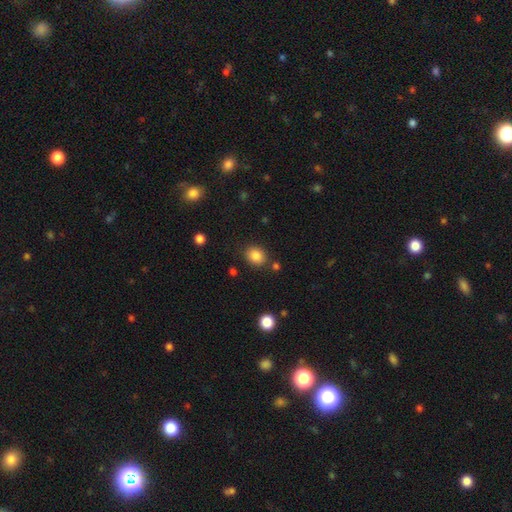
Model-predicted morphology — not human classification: Smooth or featured?
  - smooth: 86% *
  - star or artifact: 10%
  - featured or disk: 4%
How rounded?
  - round: 57% *
  - in between: 42%
  - cigar-shaped: 1%
Merging?
  - none: 83% *
  - minor disturbance: 10%
  - merger: 4%
  - major disturbance: 3%